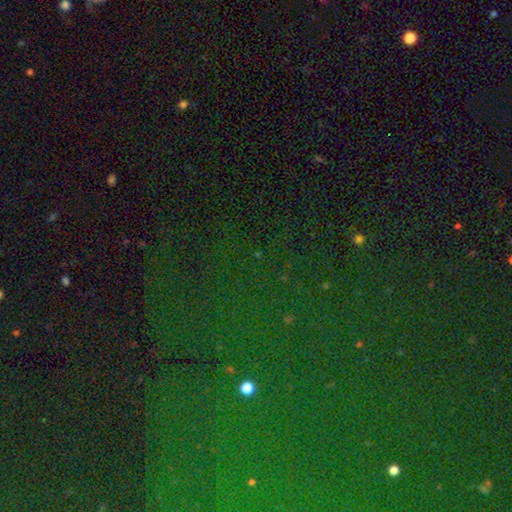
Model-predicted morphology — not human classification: This is clearly a star or artifact rather than a galaxy (81%).